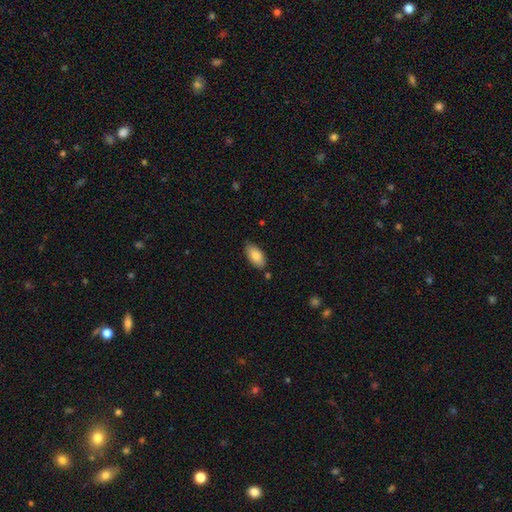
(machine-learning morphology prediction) This is clearly a smooth galaxy (85%). How rounded: clearly in between (92%). Merging: clearly none (80%).